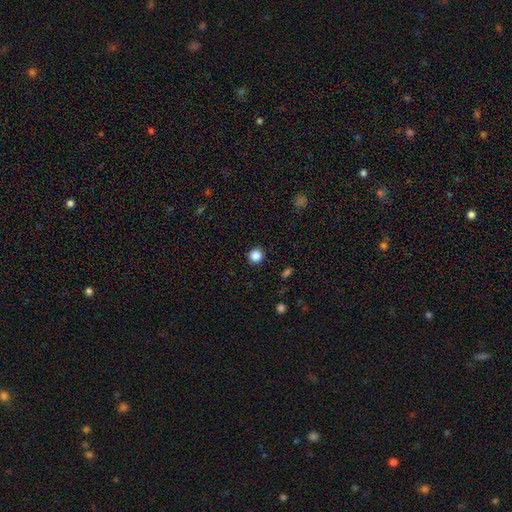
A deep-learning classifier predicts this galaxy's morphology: Smooth or featured?
  - smooth: 86% *
  - star or artifact: 11%
  - featured or disk: 3%
How rounded?
  - round: 92% *
  - in between: 7%
  - cigar-shaped: 1%
Merging?
  - none: 91% *
  - minor disturbance: 6%
  - major disturbance: 2%
  - merger: 1%